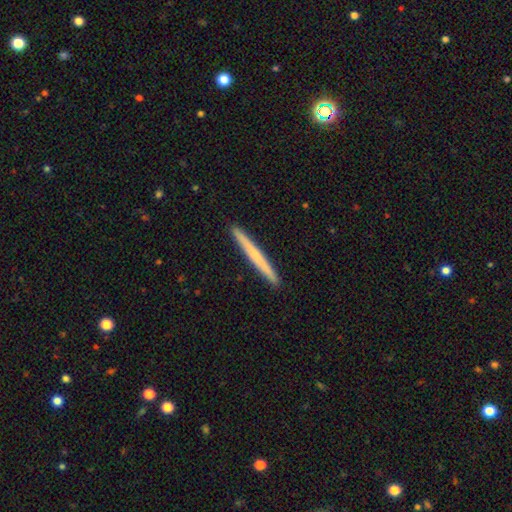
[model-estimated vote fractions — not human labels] Smooth or featured? Predicted: smooth (p=0.54). How rounded? Predicted: cigar-shaped (p=0.97). Merging? Predicted: none (p=0.93).